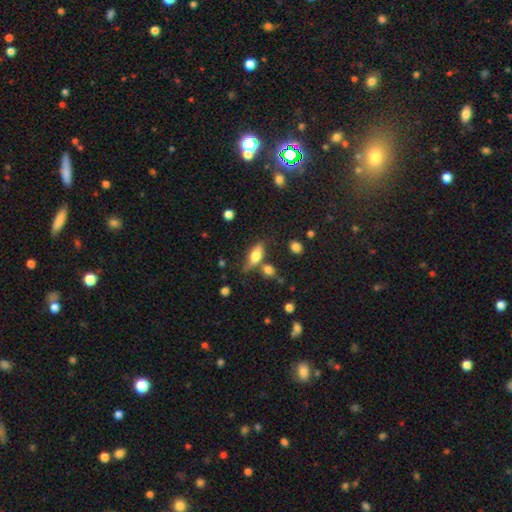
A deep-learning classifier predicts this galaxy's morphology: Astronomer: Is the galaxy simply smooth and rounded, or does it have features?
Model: smooth — 64%.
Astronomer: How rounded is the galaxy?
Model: in between — 70%.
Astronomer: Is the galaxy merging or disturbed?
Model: none — 59%.